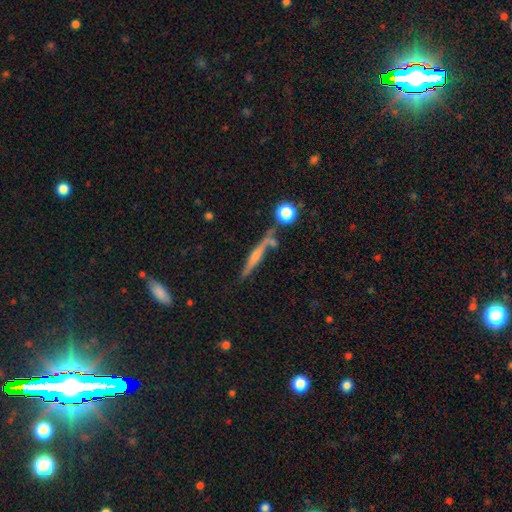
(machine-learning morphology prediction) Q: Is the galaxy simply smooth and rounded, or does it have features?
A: featured or disk — 61%.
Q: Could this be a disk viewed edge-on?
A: yes — 91%.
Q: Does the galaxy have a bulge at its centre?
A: rounded — 65%.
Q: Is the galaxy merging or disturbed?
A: none — 73%.